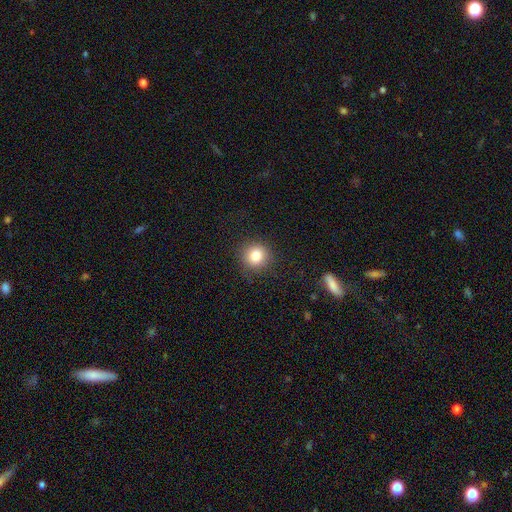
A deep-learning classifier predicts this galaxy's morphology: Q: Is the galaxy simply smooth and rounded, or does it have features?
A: smooth — 83%.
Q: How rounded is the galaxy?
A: round — 90%.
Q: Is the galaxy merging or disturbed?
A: none — 88%.